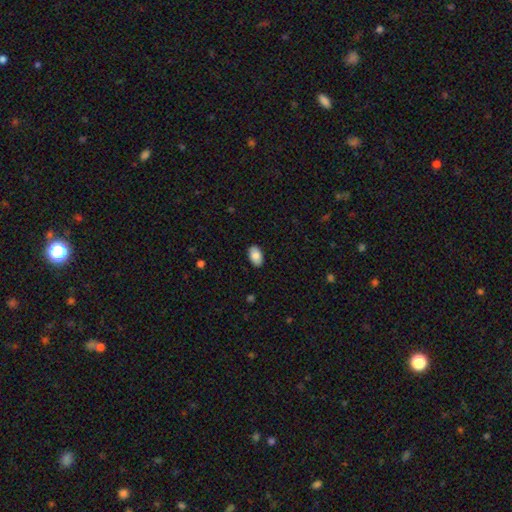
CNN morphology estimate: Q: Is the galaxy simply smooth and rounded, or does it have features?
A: smooth — 84%.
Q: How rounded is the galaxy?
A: in between — 93%.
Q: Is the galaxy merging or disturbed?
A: none — 88%.